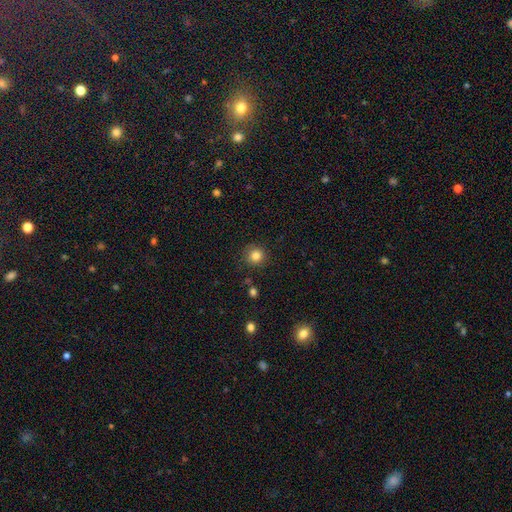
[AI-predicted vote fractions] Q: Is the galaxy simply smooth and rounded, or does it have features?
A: smooth — 83%.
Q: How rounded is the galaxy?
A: round — 92%.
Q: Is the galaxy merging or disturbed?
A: none — 87%.